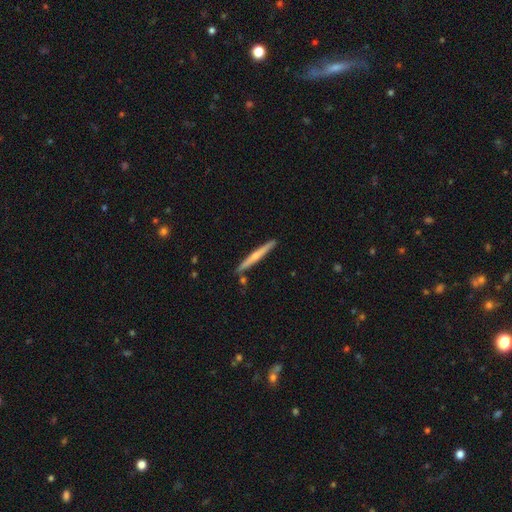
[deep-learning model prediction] smooth-or-featured: featured or disk: 56% | smooth: 39% | star or artifact: 5%
  disk-edge-on: yes: 97% | no: 3%
    edge-on-bulge: rounded: 65% | none: 30% | boxy: 5%
  merging: none: 87% | minor disturbance: 8% | merger: 3% | major disturbance: 1%